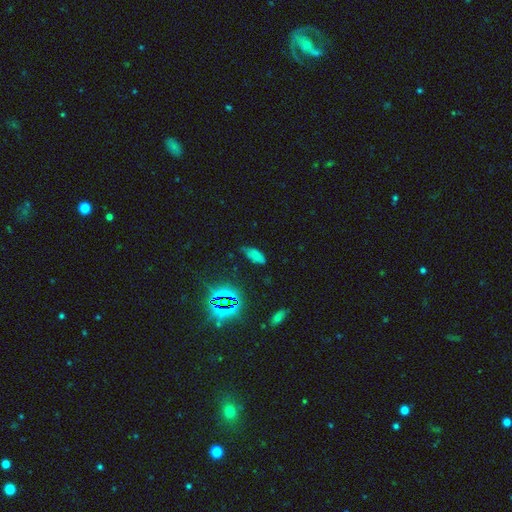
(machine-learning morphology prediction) This is likely a smooth galaxy (60%). How rounded: clearly in between (86%). Merging: possibly none (58%).